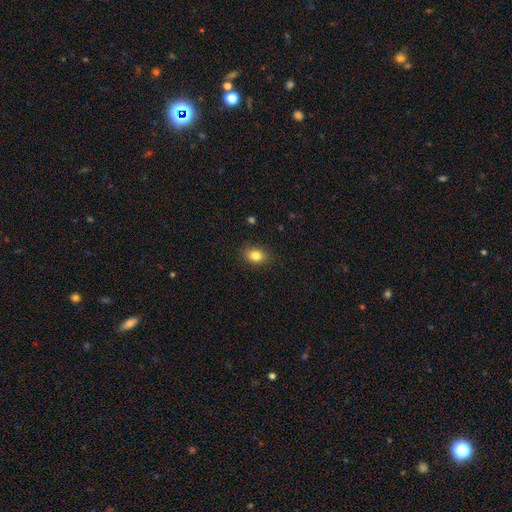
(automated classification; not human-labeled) A smooth galaxy with no disk features (83%) that is in between round and cigar-shaped (67%).

Vote fractions:
- Smooth or featured? smooth: 83% / star or artifact: 10% / featured or disk: 7%
- How rounded? in between: 67% / round: 31% / cigar-shaped: 1%
- Merging? none: 87% / minor disturbance: 9% / major disturbance: 2% / merger: 1%